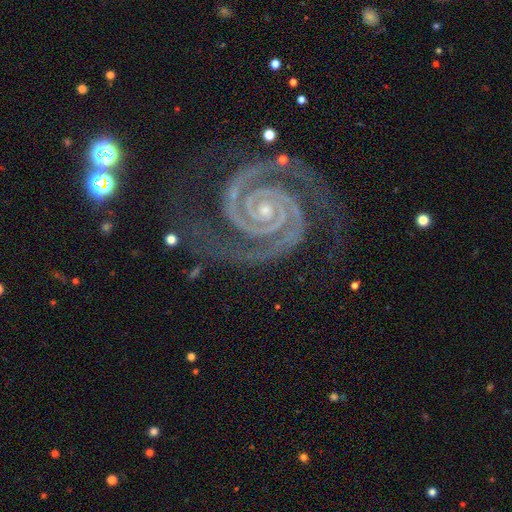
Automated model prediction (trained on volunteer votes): smooth_or_featured: featured or disk (p=0.94) [alt: star or artifact p=0.05]
disk_edge_on: no (p=0.98) [alt: yes p=0.02]
bar: no (p=0.69) [alt: weak p=0.18]
has_spiral_arms: yes (p=0.99) [alt: no p=0.01]
spiral_winding: tight (p=0.79) [alt: medium p=0.19]
spiral_arm_count: 2 (p=0.92) [alt: 3 p=0.03]
bulge_size: small (p=0.85) [alt: moderate p=0.11]
merging: none (p=0.78) [alt: minor disturbance p=0.15]